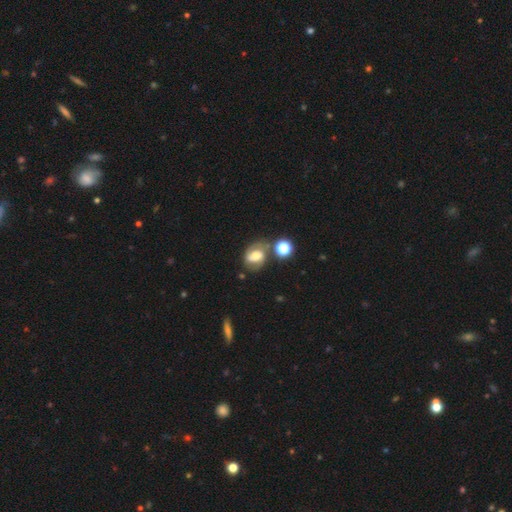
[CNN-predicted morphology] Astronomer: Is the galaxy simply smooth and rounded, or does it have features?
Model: featured or disk — 59%.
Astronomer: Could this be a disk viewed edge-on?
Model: no — 97%.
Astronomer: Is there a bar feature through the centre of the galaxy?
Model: weak — 44% (runner-up: no, 35%).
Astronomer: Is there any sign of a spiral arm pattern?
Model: yes — 81%.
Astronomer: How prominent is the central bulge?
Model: moderate — 52%.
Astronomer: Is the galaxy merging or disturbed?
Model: none — 59%.